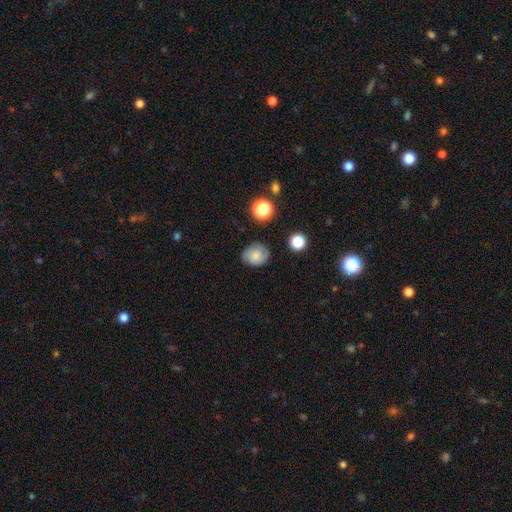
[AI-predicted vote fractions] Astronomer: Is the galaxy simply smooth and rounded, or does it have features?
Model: smooth — 63%.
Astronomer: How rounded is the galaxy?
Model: round — 63%.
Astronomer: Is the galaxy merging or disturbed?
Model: none — 76%.